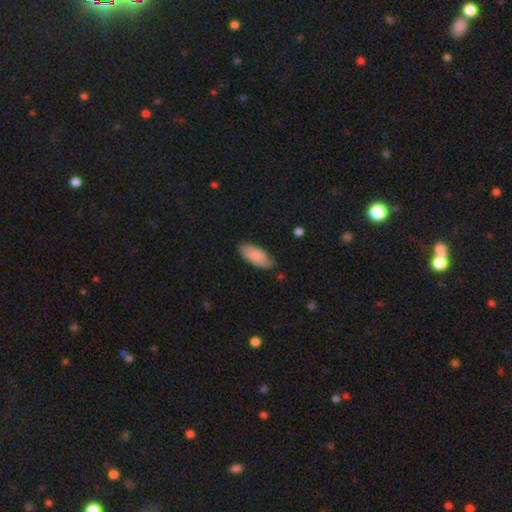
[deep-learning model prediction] Q: Smooth or featured?
A: smooth (79%); runner-up: featured or disk (15%)
Q: How rounded?
A: in between (89%); runner-up: cigar-shaped (10%)
Q: Merging?
A: none (71%); runner-up: minor disturbance (24%)